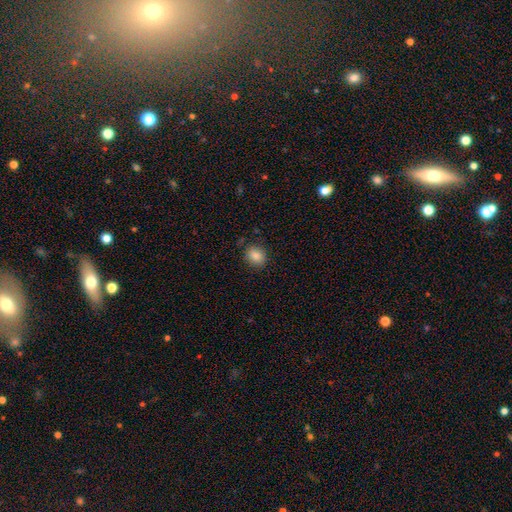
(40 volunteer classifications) smooth-or-featured: smooth: 88% | star or artifact: 10% | featured or disk: 2%
  how-rounded: round: 66% | in between: 31% | cigar-shaped: 3%
  merging: none: 92% | minor disturbance: 8% | major disturbance: 0% | merger: 0%